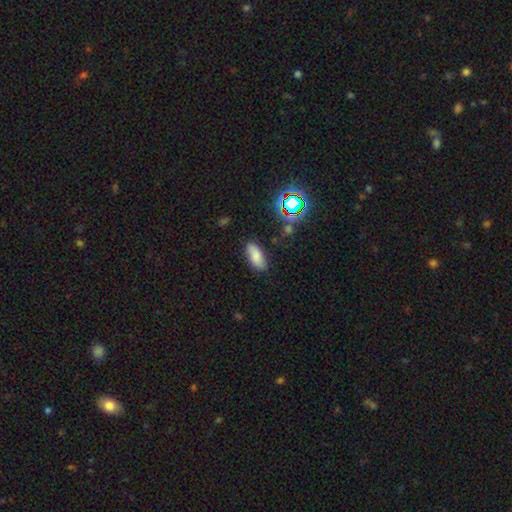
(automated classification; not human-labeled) A smooth galaxy with no disk features (79%) that is in between round and cigar-shaped (85%).

Vote fractions:
- Smooth or featured? smooth: 79% / star or artifact: 12% / featured or disk: 9%
- How rounded? in between: 85% / cigar-shaped: 13% / round: 3%
- Merging? none: 83% / minor disturbance: 12% / major disturbance: 3% / merger: 2%